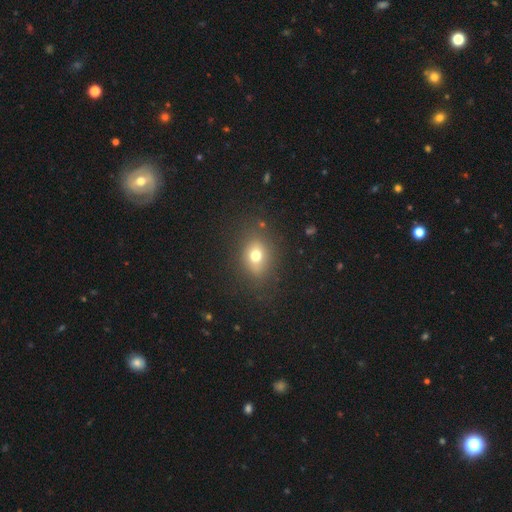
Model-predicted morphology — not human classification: type=smooth (71%); roundness=in between (55%); merging=none (80%).